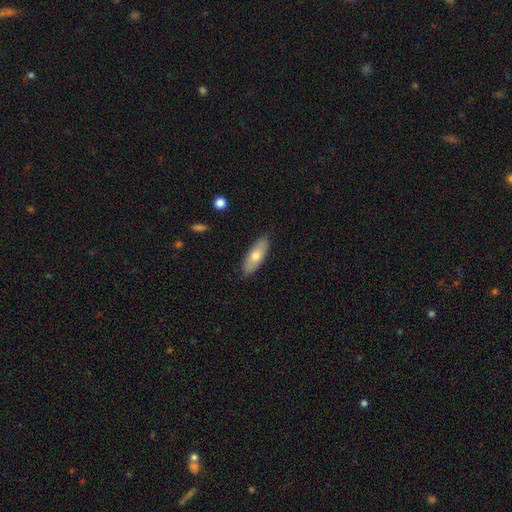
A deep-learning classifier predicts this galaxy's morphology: type=smooth (70%); roundness=in between (72%); merging=none (87%).